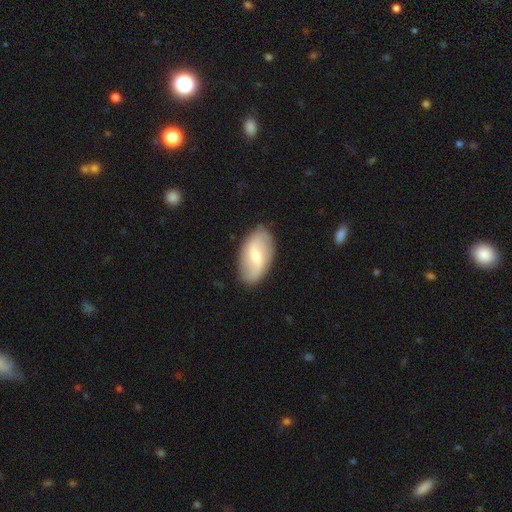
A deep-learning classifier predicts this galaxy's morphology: A featured or disk galaxy (57%) with a weak bar (54%), spiral arms (81%) and a moderate central bulge (51%). Merging: none (85%).